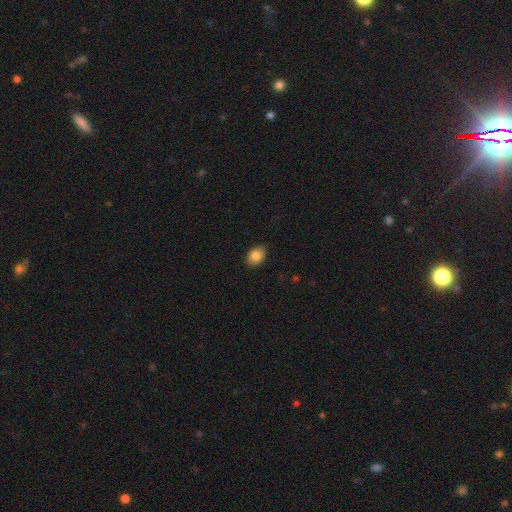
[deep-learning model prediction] Smooth or featured: smooth — 85% (star or artifact — 8%)
How rounded: in between — 75% (round — 24%)
Merging: none — 87% (minor disturbance — 10%)